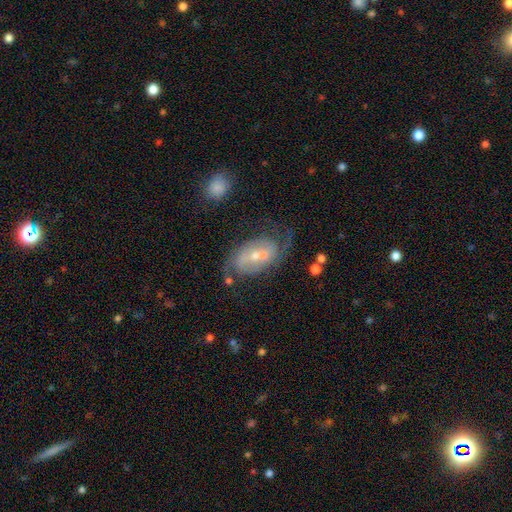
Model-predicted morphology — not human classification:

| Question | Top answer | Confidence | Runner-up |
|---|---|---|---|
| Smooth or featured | featured or disk | 71% | smooth (22%) |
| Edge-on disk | no | 95% | yes (5%) |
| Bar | no | 49% | weak (36%) |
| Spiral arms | yes | 78% | no (22%) |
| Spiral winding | medium | 43% | loose (29%) |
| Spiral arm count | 2 | 71% | can't tell (17%) |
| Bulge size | small | 57% | moderate (38%) |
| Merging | none | 42% | merger (25%) |